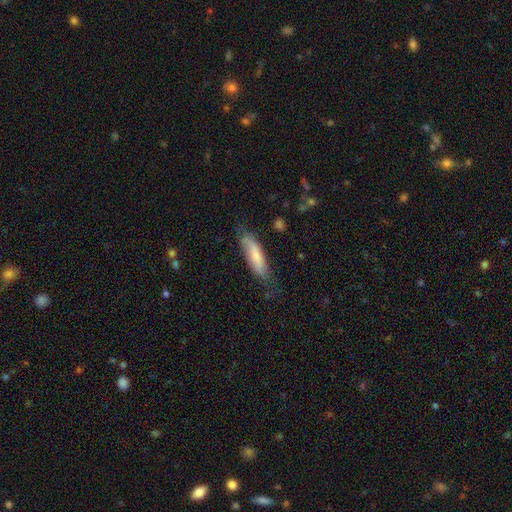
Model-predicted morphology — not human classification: Smooth or featured?
  - smooth: 67% *
  - featured or disk: 27%
  - star or artifact: 6%
How rounded?
  - cigar-shaped: 59% *
  - in between: 39%
  - round: 2%
Merging?
  - none: 66% *
  - minor disturbance: 25%
  - major disturbance: 7%
  - merger: 2%